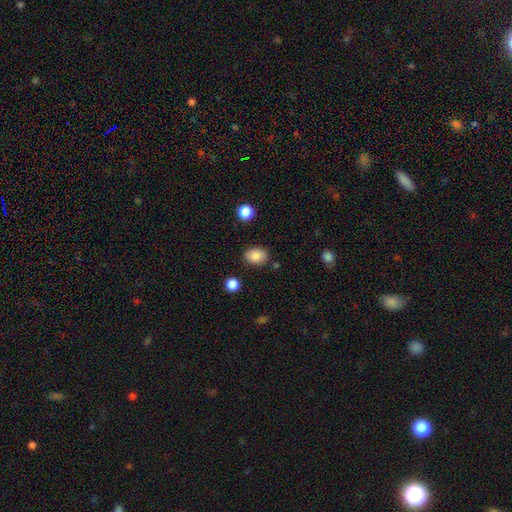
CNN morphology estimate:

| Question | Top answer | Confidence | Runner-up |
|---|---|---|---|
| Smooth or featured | smooth | 85% | star or artifact (9%) |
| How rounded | in between | 74% | round (25%) |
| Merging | none | 83% | minor disturbance (12%) |